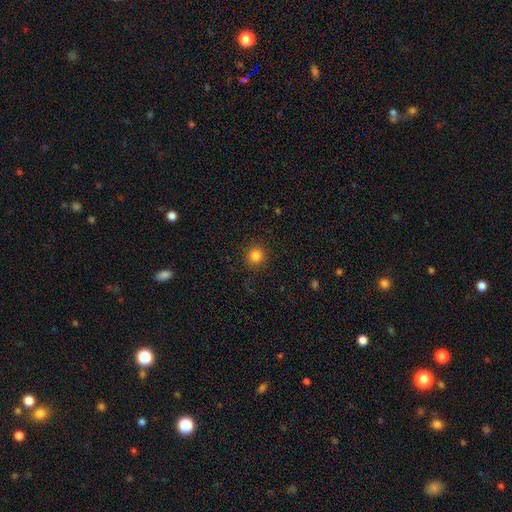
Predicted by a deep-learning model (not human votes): A smooth galaxy with no disk features (83%) that is round (94%).

Vote fractions:
- Smooth or featured? smooth: 83% / star or artifact: 12% / featured or disk: 5%
- How rounded? round: 94% / in between: 5% / cigar-shaped: 1%
- Merging? none: 91% / minor disturbance: 6% / major disturbance: 2% / merger: 1%